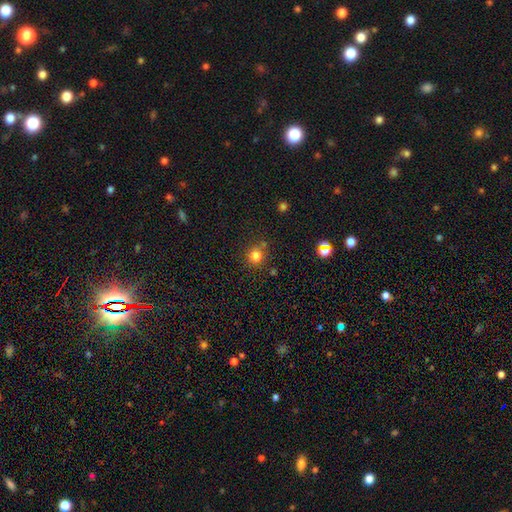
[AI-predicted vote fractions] smooth_or_featured: smooth (p=0.80) [alt: star or artifact p=0.14]
how_rounded: round (p=0.90) [alt: in between p=0.09]
merging: none (p=0.79) [alt: minor disturbance p=0.10]